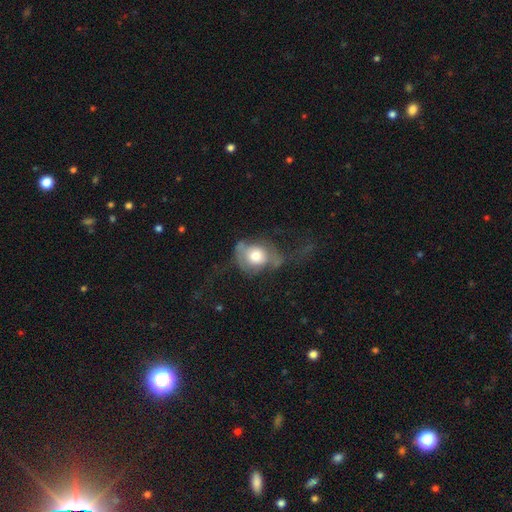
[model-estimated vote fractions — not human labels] A smooth galaxy with no disk features (61%) that is round (59%). Merging: major disturbance (44%).